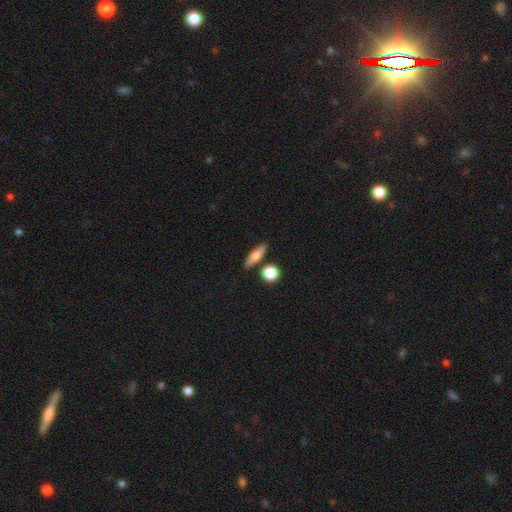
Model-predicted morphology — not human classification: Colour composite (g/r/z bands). It shows a smooth galaxy with no disk features (66%) that is cigar-shaped (50%). Merging: none (81%).